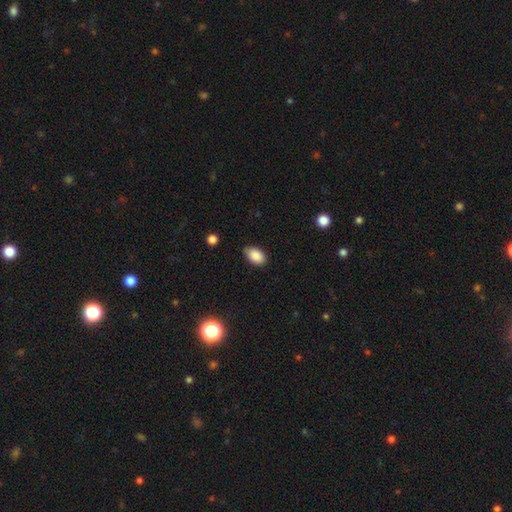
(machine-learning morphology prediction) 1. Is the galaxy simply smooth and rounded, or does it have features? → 88% smooth, 8% star or artifact, 5% featured or disk.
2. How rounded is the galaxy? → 92% in between, 7% round, 1% cigar-shaped.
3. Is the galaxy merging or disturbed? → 79% none, 17% minor disturbance, 3% major disturbance, 1% merger.